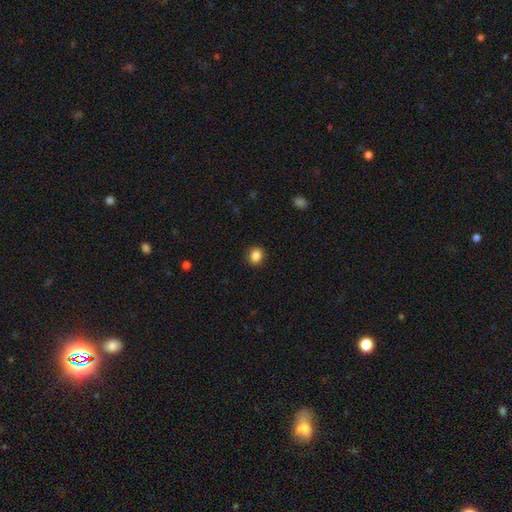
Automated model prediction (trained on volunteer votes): A smooth galaxy with no disk features (86%) that is round (62%). Merging: none (88%).